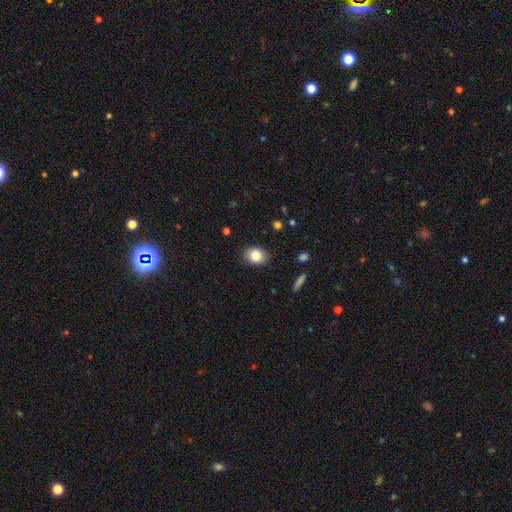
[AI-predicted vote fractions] Morphology: type=smooth (83%); roundness=in between (60%); merging=none (88%).